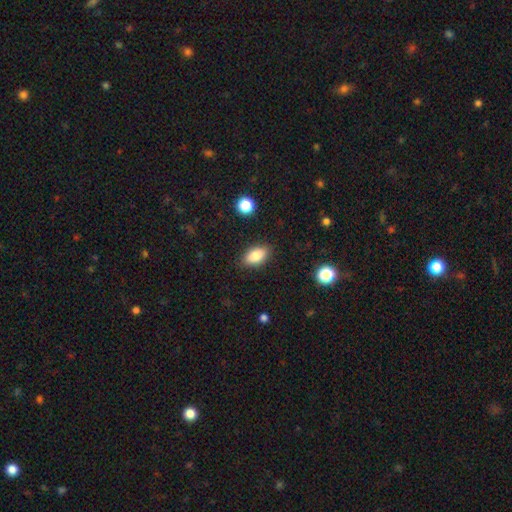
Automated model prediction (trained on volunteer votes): The model was most divided on "smooth or featured": smooth: 84%, featured or disk: 8%, star or artifact: 8%. More confident: how rounded — in between (89%); merging — none (87%).